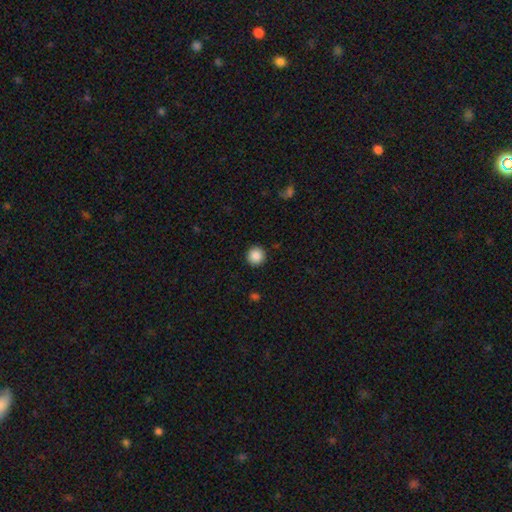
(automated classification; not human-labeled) Smooth or featured? smooth (88%)
How rounded? round (95%)
Merging? none (92%)